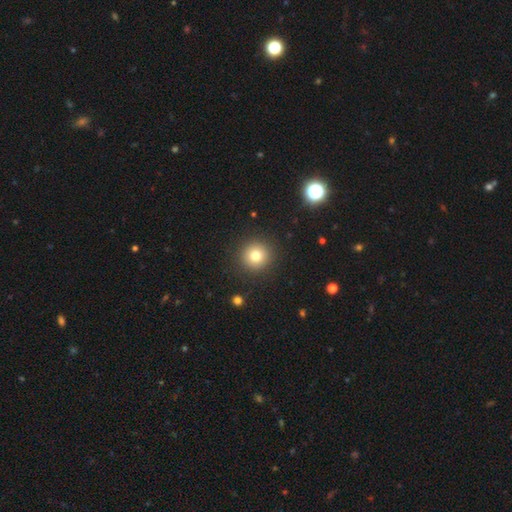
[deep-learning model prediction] This appears to be a smooth galaxy with no disk features (79%) that is round (94%). Merging: none (91%).